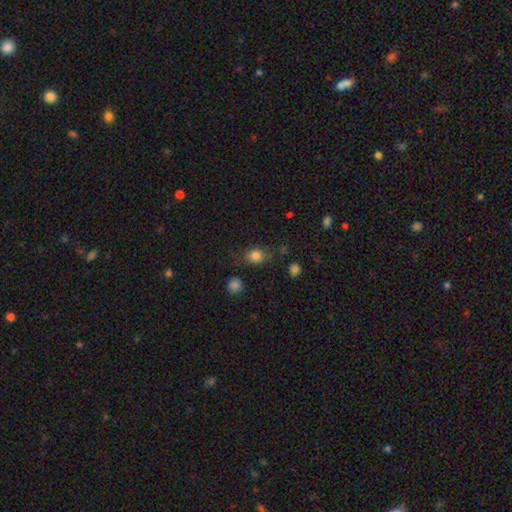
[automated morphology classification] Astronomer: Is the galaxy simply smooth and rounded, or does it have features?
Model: smooth — 80%.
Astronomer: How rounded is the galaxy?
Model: round — 64%.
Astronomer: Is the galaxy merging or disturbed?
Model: none — 71%.